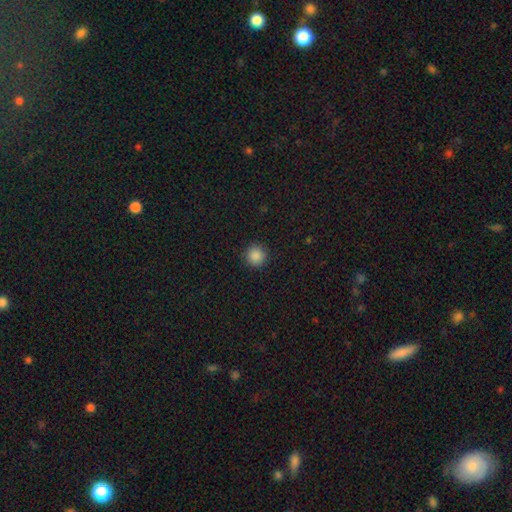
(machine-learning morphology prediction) Smooth or featured: smooth — 87% (star or artifact — 10%)
How rounded: round — 95% (in between — 4%)
Merging: none — 92% (minor disturbance — 5%)